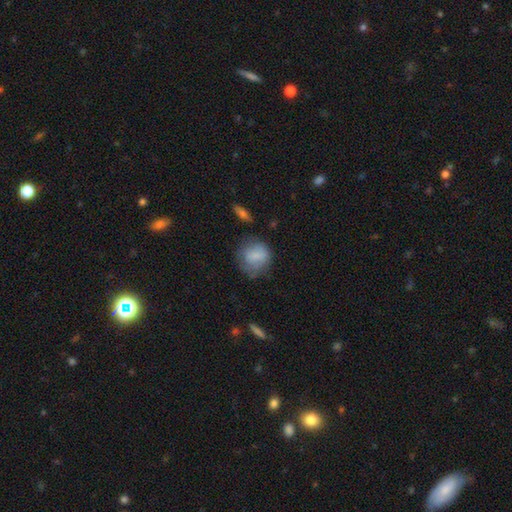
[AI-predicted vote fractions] Smooth or featured?
  - smooth: 76% *
  - featured or disk: 15%
  - star or artifact: 8%
How rounded?
  - round: 77% *
  - in between: 21%
  - cigar-shaped: 1%
Merging?
  - none: 57% *
  - minor disturbance: 27%
  - major disturbance: 14%
  - merger: 3%